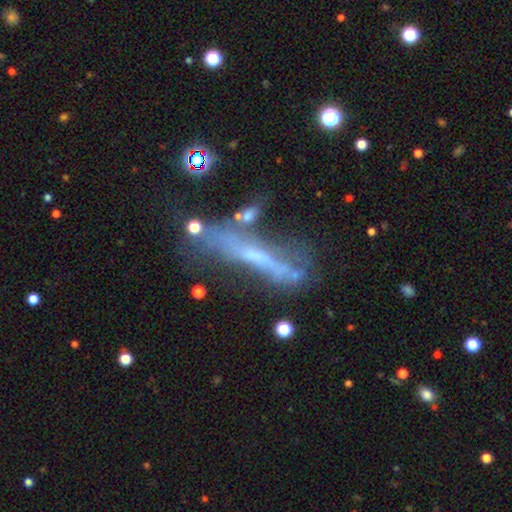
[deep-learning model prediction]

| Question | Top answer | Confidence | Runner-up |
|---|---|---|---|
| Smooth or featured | featured or disk | 59% | smooth (27%) |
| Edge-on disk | yes | 70% | no (30%) |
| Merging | none | 46% | minor disturbance (22%) |